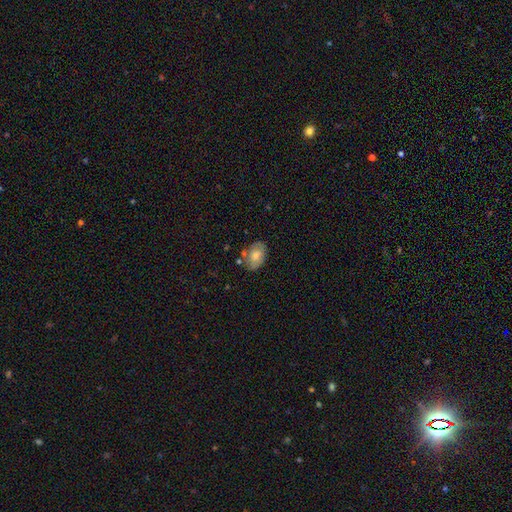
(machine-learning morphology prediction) The model was most divided on "smooth or featured": smooth: 69%, featured or disk: 24%, star or artifact: 7%. More confident: how rounded — in between (86%); merging — none (69%).